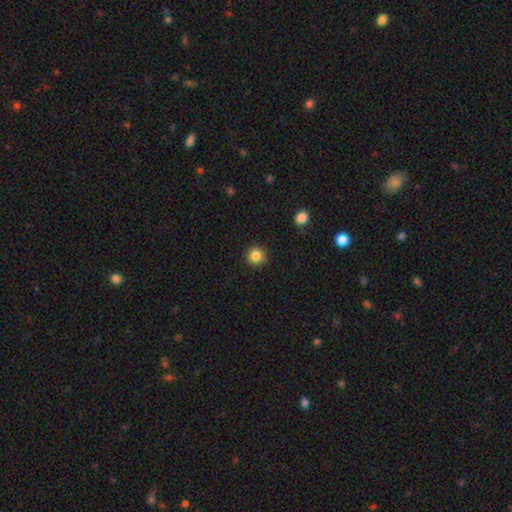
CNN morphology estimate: Smooth or featured? Predicted: smooth (p=0.85). How rounded? Predicted: round (p=0.94). Merging? Predicted: none (p=0.90).